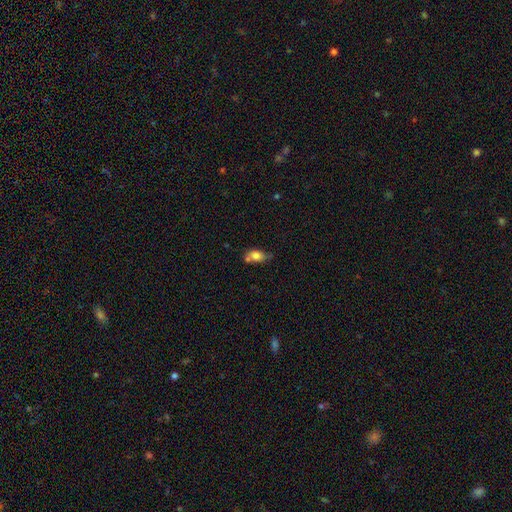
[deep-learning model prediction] This appears to be a smooth galaxy with no disk features (74%) that is in between round and cigar-shaped (77%). Merging: none (45%).